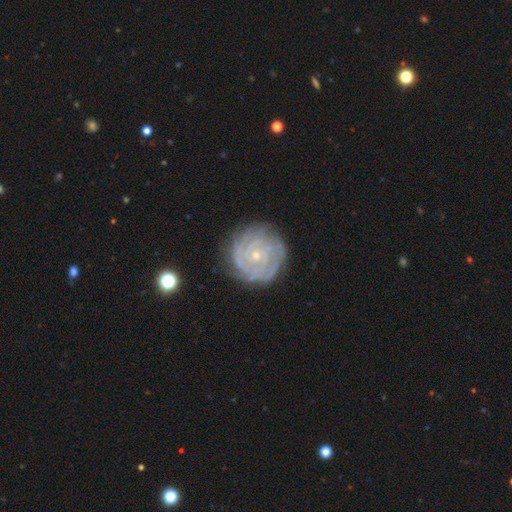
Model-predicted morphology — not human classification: Overall: featured or disk (81%). Edge-on disk: no (98%). Bar: no (81%). Spiral arms: yes (94%). Spiral arm count: can't tell (32%; 3 19%). Spiral winding: tight (84%). Bulge size: small (84%). Merging: none (80%).